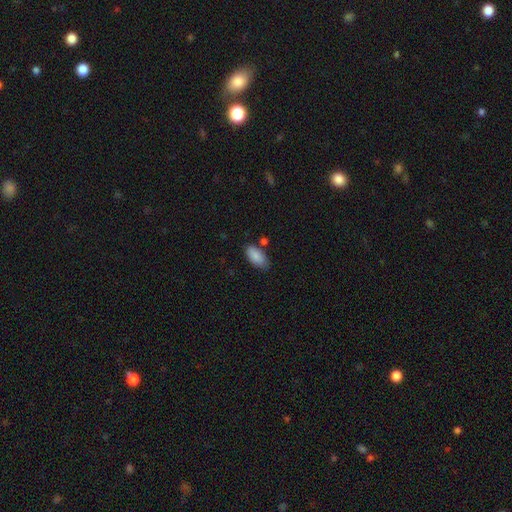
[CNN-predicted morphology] smooth-or-featured: smooth: 88% | star or artifact: 7% | featured or disk: 5%
  how-rounded: in between: 93% | cigar-shaped: 5% | round: 2%
  merging: none: 73% | minor disturbance: 17% | merger: 7% | major disturbance: 4%